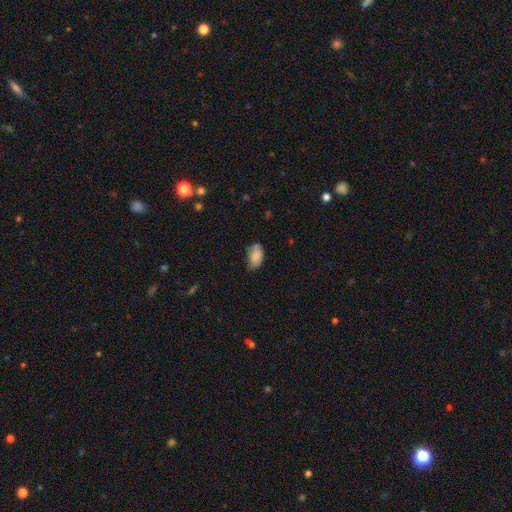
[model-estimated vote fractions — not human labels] Morphology: type=smooth (83%); roundness=in between (92%); merging=none (59%).